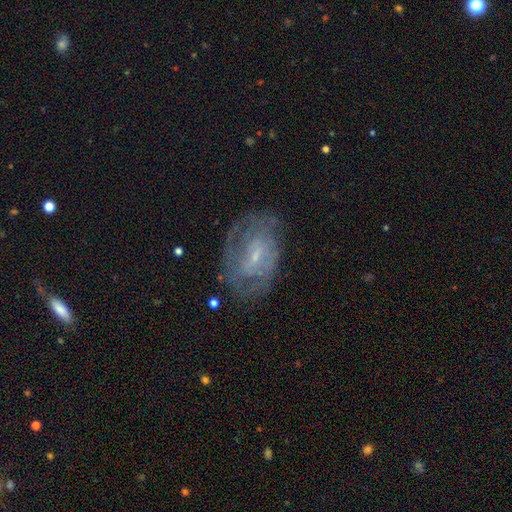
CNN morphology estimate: The model was most divided on "bar": weak: 50%, no: 37%, strong: 13%. Remaining: edge-on disk — no (96%); spiral arms — yes (77%); bulge size — small (72%); smooth or featured — featured or disk (72%); merging — none (68%); spiral winding — tight (52%); spiral arm count — can't tell (48%).